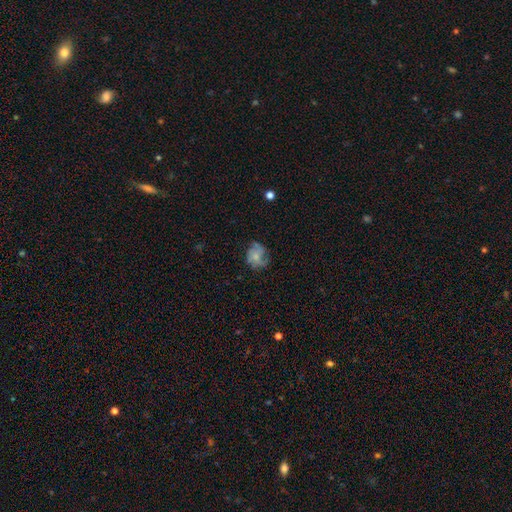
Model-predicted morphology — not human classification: A smooth galaxy with no disk features (48%).

Vote fractions:
- Smooth or featured? smooth: 48% / featured or disk: 42% / star or artifact: 10%
- Merging? none: 56% / minor disturbance: 25% / major disturbance: 16% / merger: 2%